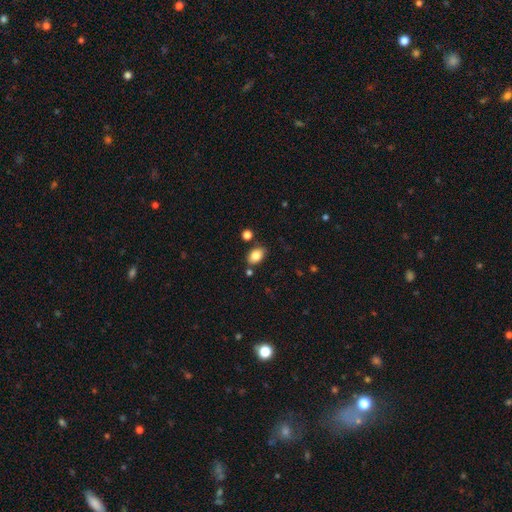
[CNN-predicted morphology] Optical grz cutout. It shows a smooth galaxy with no disk features (84%) that is in between round and cigar-shaped (81%). Merging: none (78%).